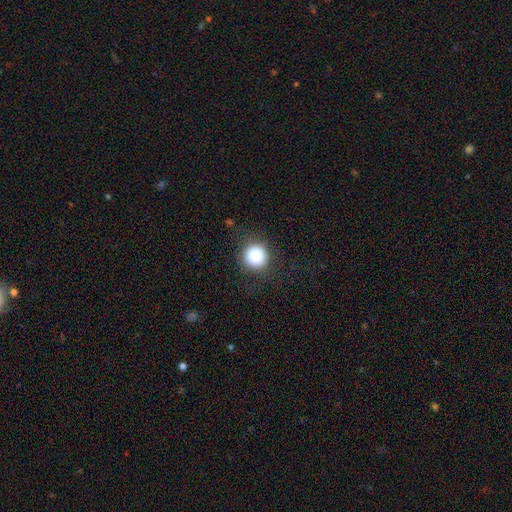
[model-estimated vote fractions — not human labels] A smooth galaxy with no disk features (84%) that is round (94%).

Vote fractions:
- Smooth or featured? smooth: 84% / star or artifact: 10% / featured or disk: 5%
- How rounded? round: 94% / in between: 5% / cigar-shaped: 1%
- Merging? none: 86% / minor disturbance: 9% / major disturbance: 4% / merger: 1%